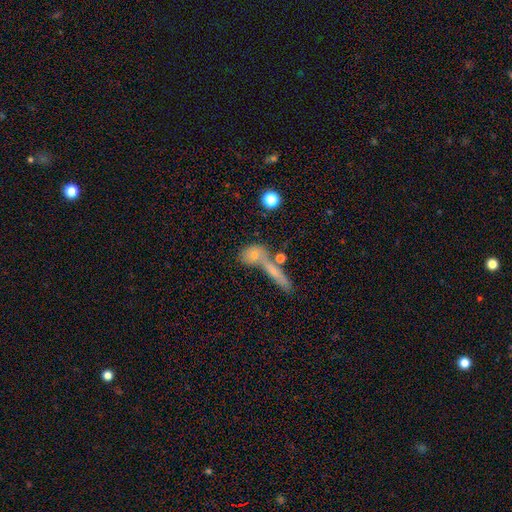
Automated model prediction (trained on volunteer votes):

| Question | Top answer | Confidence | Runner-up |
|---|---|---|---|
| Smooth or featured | smooth | 67% | featured or disk (22%) |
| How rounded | round | 40% | in between (34%) |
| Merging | none | 46% | merger (36%) |